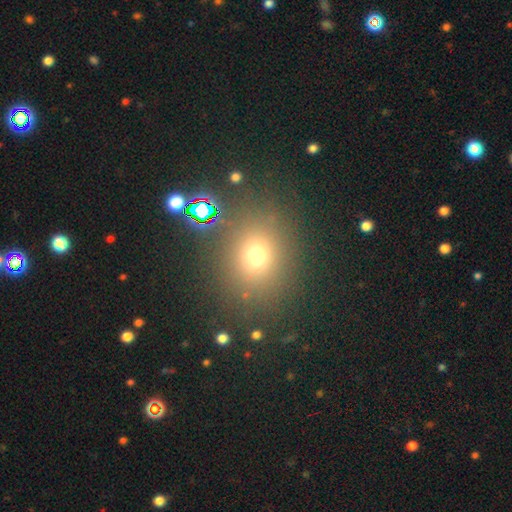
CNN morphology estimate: The model was most divided on "how rounded": round: 70%, in between: 29%, cigar-shaped: 1%. More confident: merging — none (81%); smooth or featured — smooth (68%).